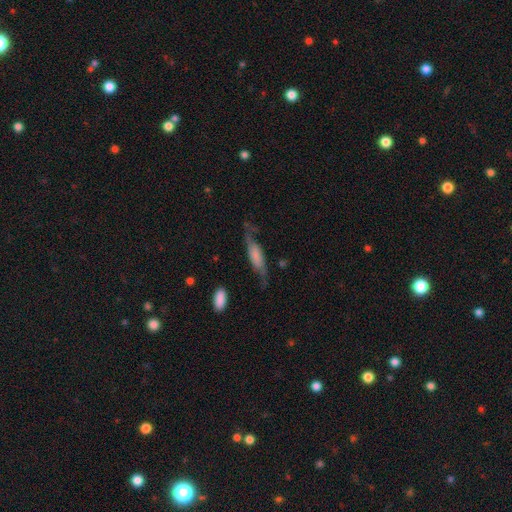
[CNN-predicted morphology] The model was most divided on "edge-on disk": no: 60%, yes: 40%. More confident: merging — none (60%); smooth or featured — featured or disk (58%).